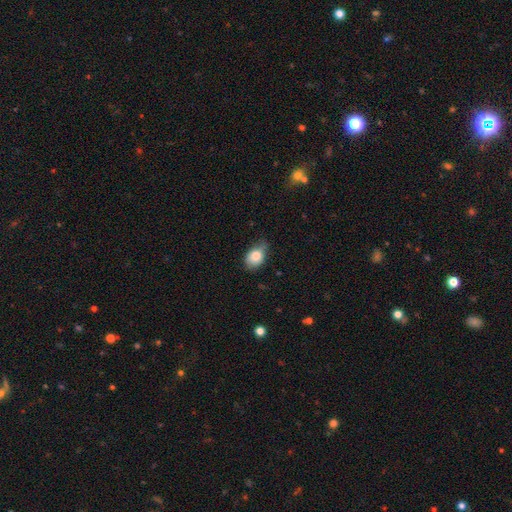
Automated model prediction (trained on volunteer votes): The model was most divided on "merging": none: 52%, minor disturbance: 38%, major disturbance: 8%, merger: 2%. More confident: smooth or featured — smooth (81%); how rounded — in between (77%).